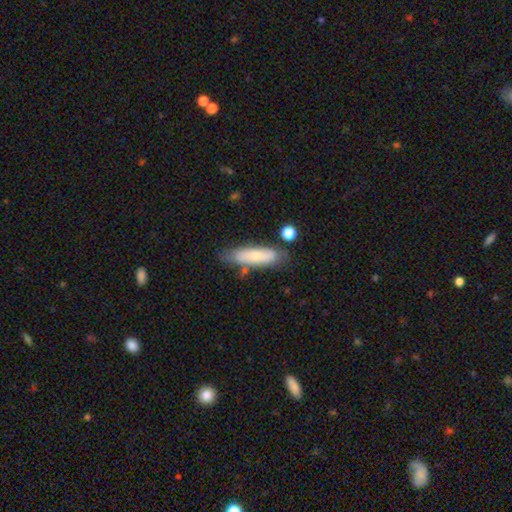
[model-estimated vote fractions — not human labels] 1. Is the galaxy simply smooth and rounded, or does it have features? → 66% smooth, 27% featured or disk, 7% star or artifact.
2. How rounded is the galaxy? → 61% cigar-shaped, 37% in between, 2% round.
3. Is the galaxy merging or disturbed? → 69% none, 19% minor disturbance, 7% merger, 5% major disturbance.